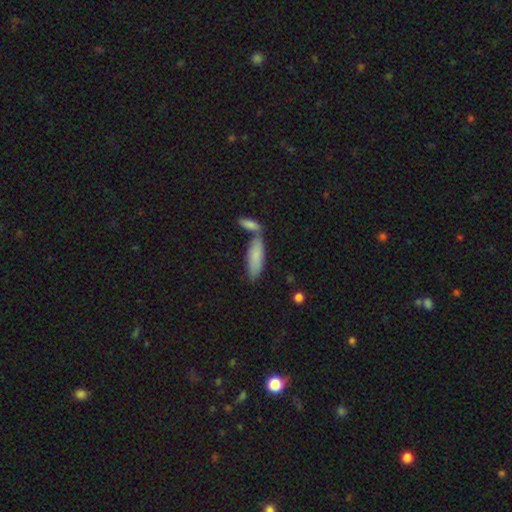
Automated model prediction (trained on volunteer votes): Smooth or featured? Predicted: smooth (p=0.81). How rounded? Predicted: in between (p=0.54). Merging? Predicted: none (p=0.52).